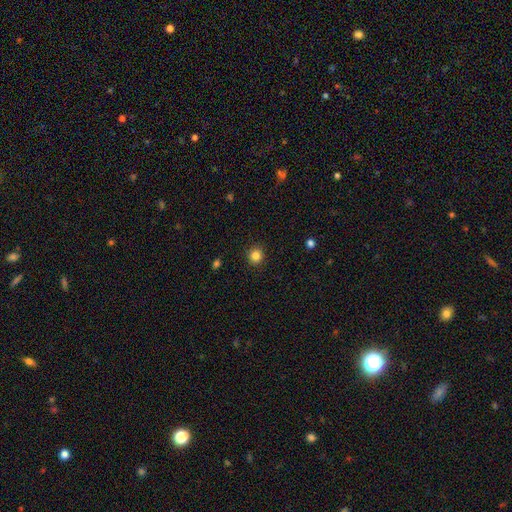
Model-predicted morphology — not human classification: This appears to be a smooth galaxy with no disk features (84%) that is round (90%). Merging: none (91%).